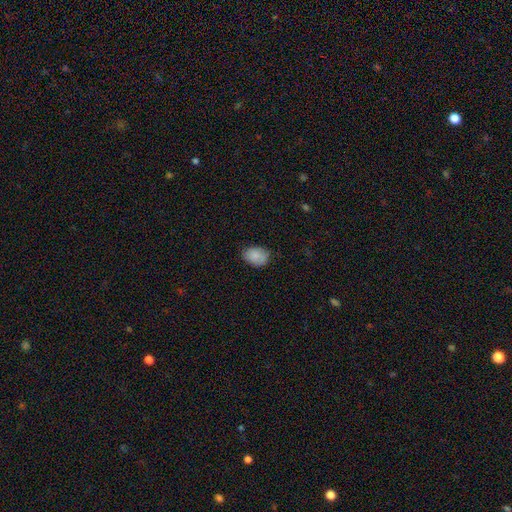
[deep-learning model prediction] Q: Smooth or featured?
A: smooth (85%); runner-up: star or artifact (8%)
Q: How rounded?
A: in between (74%); runner-up: round (25%)
Q: Merging?
A: none (73%); runner-up: minor disturbance (22%)